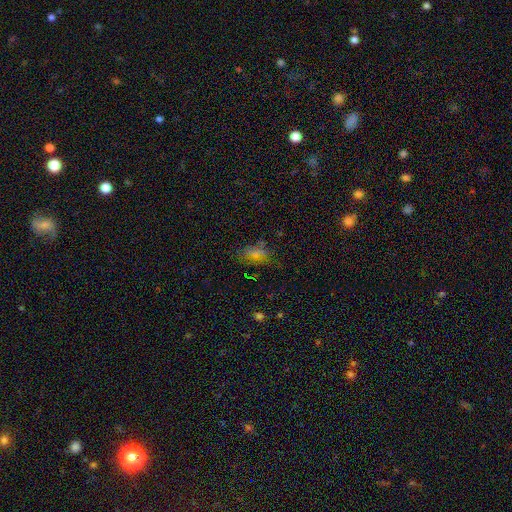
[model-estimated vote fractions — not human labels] A smooth galaxy with no disk features (45%). Merging: none (70%).